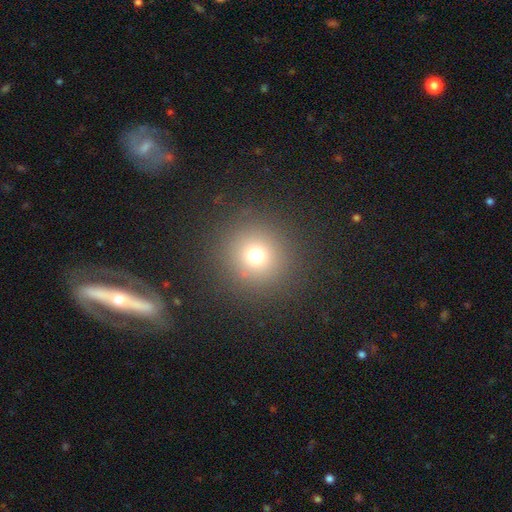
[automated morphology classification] Smooth or featured: smooth — 71% (star or artifact — 19%)
How rounded: round — 94% (in between — 5%)
Merging: none — 88% (minor disturbance — 7%)